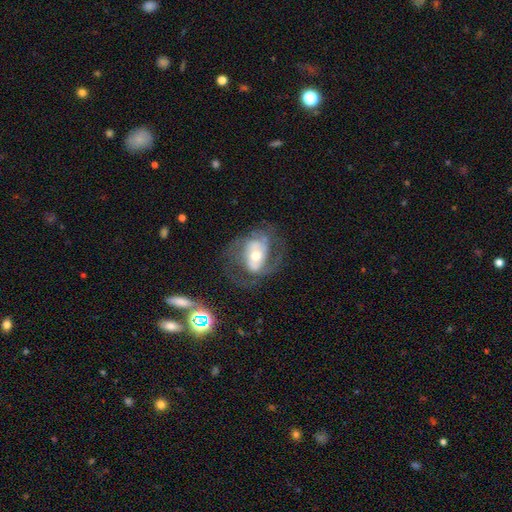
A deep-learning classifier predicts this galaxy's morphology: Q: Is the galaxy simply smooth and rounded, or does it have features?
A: featured or disk — 74%.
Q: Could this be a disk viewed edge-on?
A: no — 96%.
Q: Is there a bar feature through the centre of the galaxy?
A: no — 46%.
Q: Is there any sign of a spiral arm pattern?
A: yes — 77%.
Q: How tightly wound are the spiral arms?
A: medium — 47%.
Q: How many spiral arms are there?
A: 2 — 64%.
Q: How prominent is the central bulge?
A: moderate — 65%.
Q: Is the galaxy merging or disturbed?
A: none — 54%.